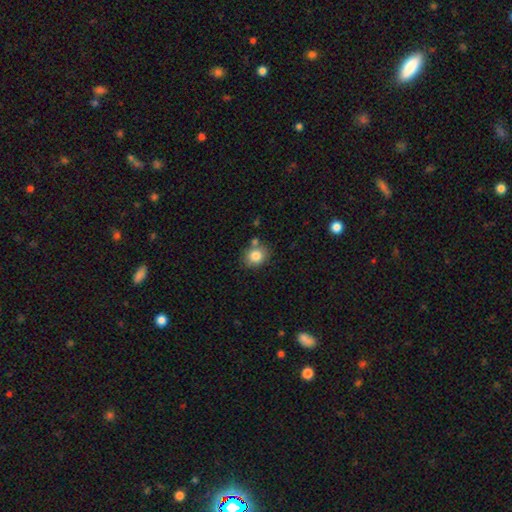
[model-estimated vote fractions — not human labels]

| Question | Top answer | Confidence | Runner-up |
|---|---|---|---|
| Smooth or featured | smooth | 82% | star or artifact (10%) |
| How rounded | round | 63% | in between (36%) |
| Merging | none | 70% | minor disturbance (14%) |